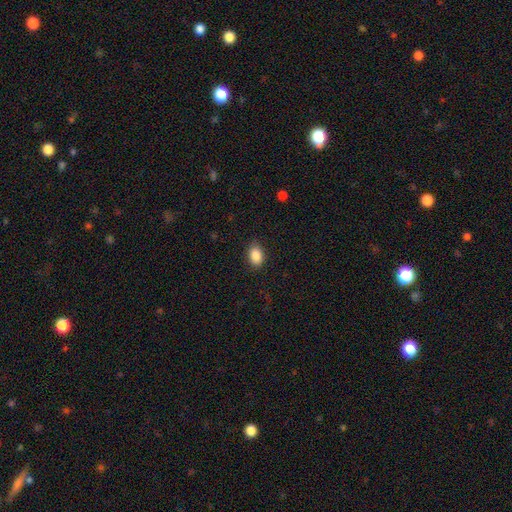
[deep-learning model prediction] A smooth galaxy with no disk features (87%) that is in between round and cigar-shaped (82%). Merging: none (85%).